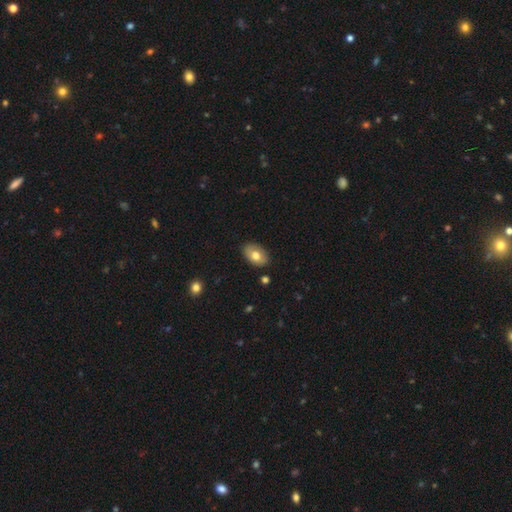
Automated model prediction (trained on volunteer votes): A smooth galaxy with no disk features (73%) that is in between round and cigar-shaped (90%). Merging: none (85%).